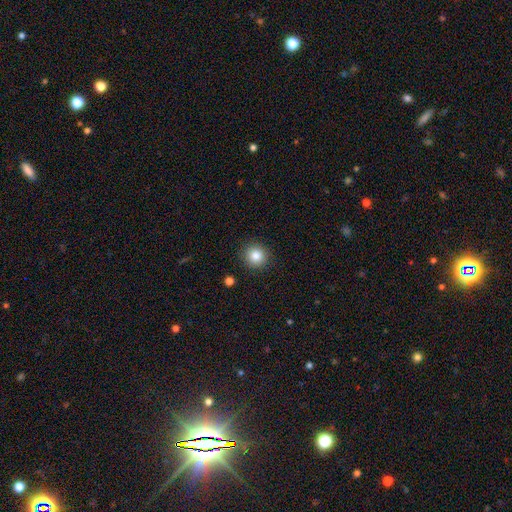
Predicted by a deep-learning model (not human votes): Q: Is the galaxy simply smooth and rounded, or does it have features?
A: smooth — 84%.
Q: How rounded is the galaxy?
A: round — 92%.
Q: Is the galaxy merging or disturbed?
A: none — 91%.